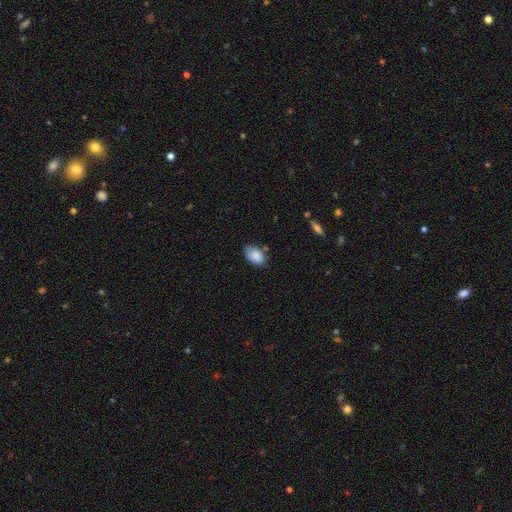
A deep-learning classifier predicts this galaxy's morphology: The model was most divided on "merging": none: 69%, minor disturbance: 23%, merger: 4%, major disturbance: 4%. More confident: how rounded — in between (90%); smooth or featured — smooth (86%).